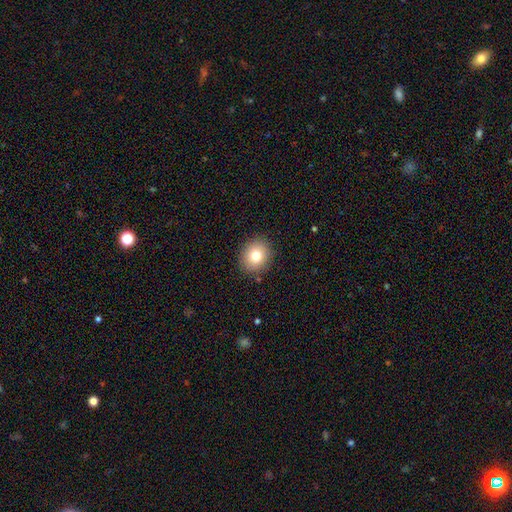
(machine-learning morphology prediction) smooth_or_featured: smooth (p=0.77) [alt: star or artifact p=0.11]
how_rounded: round (p=0.76) [alt: in between p=0.23]
merging: none (p=0.89) [alt: minor disturbance p=0.07]